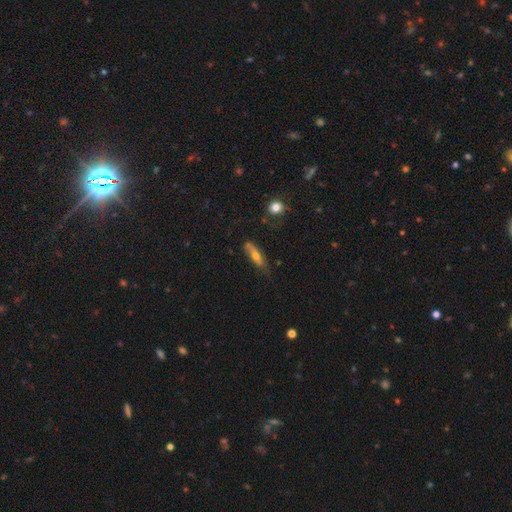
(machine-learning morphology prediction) This is possibly a smooth galaxy (49%). Merging: possibly none (59%).